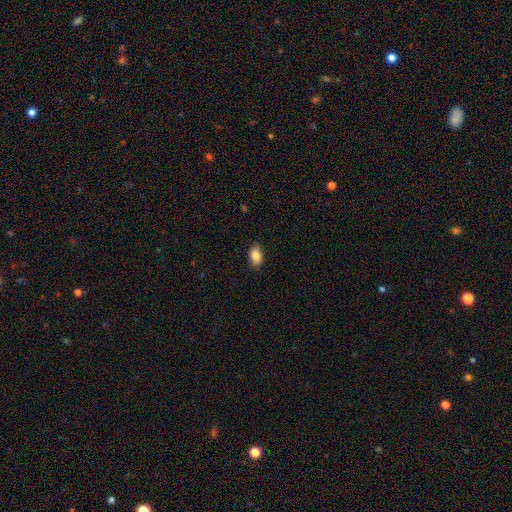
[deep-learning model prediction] Morphology: type=smooth (86%); roundness=in between (89%); merging=none (86%).